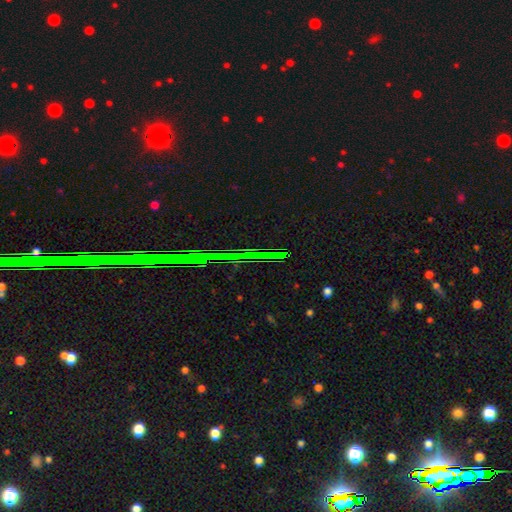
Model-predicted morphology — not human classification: Smooth or featured: star or artifact — 81% (featured or disk — 10%)